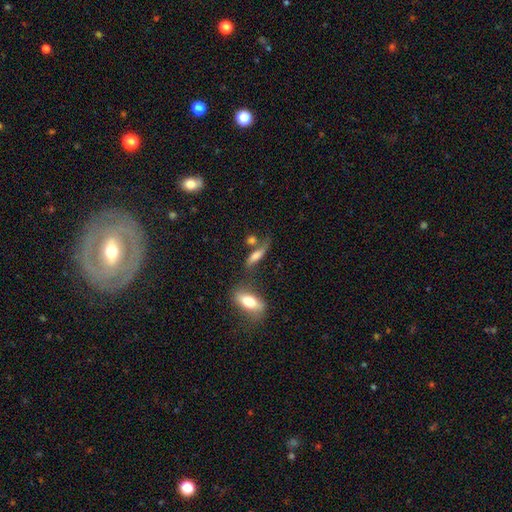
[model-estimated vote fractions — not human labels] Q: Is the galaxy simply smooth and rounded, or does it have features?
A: smooth — 54%.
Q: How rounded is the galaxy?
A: cigar-shaped — 59%.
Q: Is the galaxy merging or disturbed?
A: none — 45%.